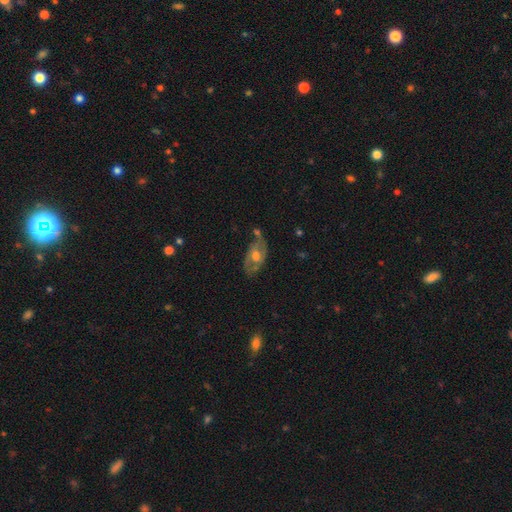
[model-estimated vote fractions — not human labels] Morphology: type=featured or disk (66%); edge-on=no (90%); bar=no (62%); spiral arms=yes (66%); bulge=moderate (70%); merging=none (57%).